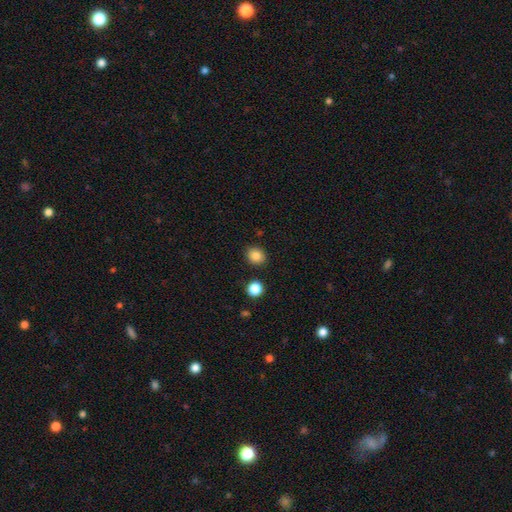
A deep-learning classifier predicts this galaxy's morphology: Smooth or featured? Predicted: smooth (p=0.84). How rounded? Predicted: round (p=0.71). Merging? Predicted: none (p=0.88).